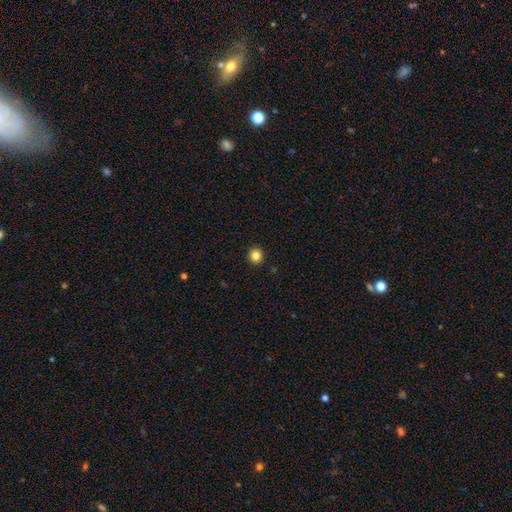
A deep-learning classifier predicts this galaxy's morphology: type=smooth (83%); roundness=round (91%); merging=none (93%).